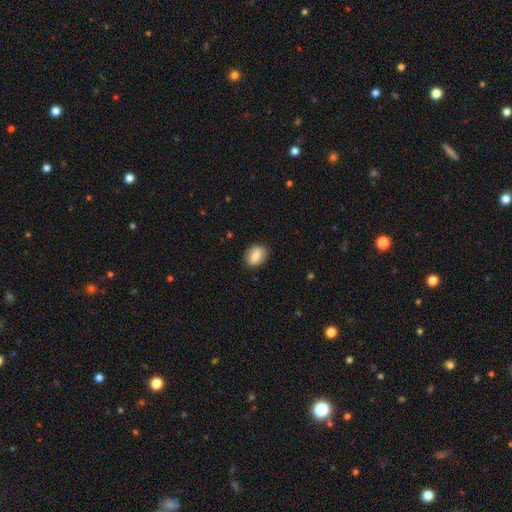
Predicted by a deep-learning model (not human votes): smooth-or-featured: smooth: 78% | featured or disk: 15% | star or artifact: 7%
  how-rounded: in between: 66% | round: 32% | cigar-shaped: 1%
  merging: none: 83% | minor disturbance: 13% | major disturbance: 3% | merger: 1%